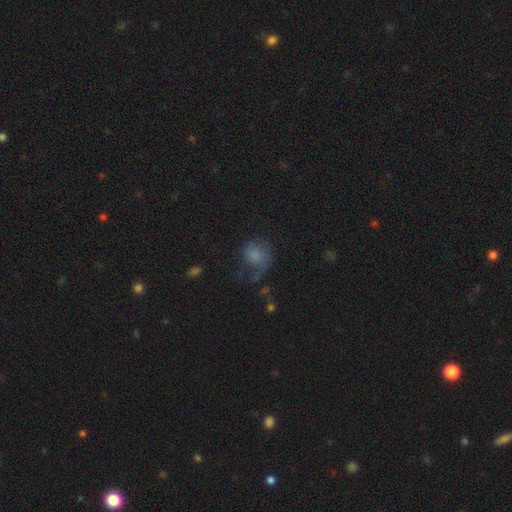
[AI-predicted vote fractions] smooth-or-featured: smooth: 67% | featured or disk: 20% | star or artifact: 13%
  how-rounded: round: 65% | in between: 34% | cigar-shaped: 1%
  merging: major disturbance: 43% | none: 31% | minor disturbance: 21% | merger: 4%